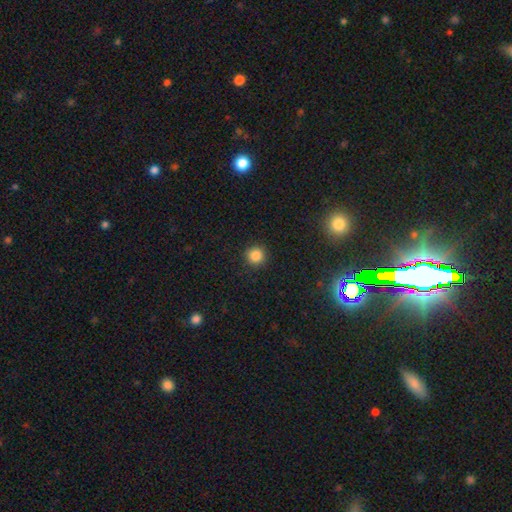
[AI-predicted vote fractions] A smooth galaxy with no disk features (84%) that is round (94%). Merging: none (91%).